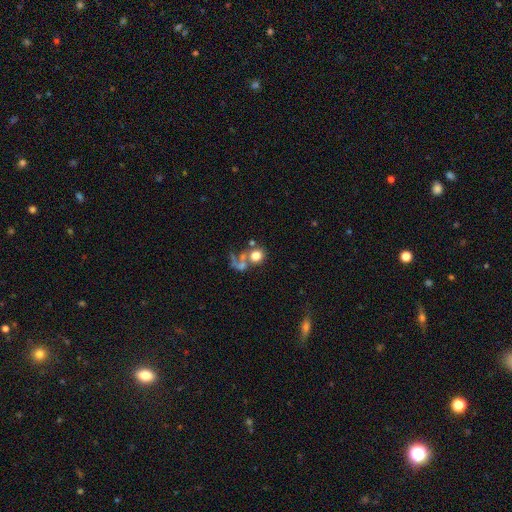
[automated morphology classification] smooth_or_featured: smooth (p=0.65) [alt: featured or disk p=0.21]
how_rounded: round (p=0.76) [alt: in between p=0.23]
merging: merger (p=0.39) [alt: none p=0.33]